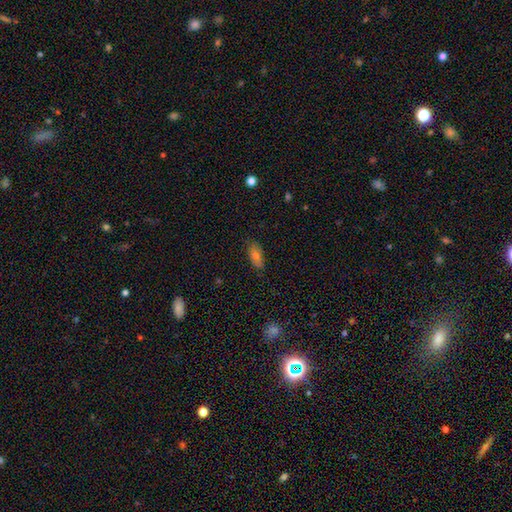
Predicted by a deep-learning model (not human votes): This appears to be a smooth galaxy with no disk features (67%) that is in between round and cigar-shaped (83%). Merging: none (83%).